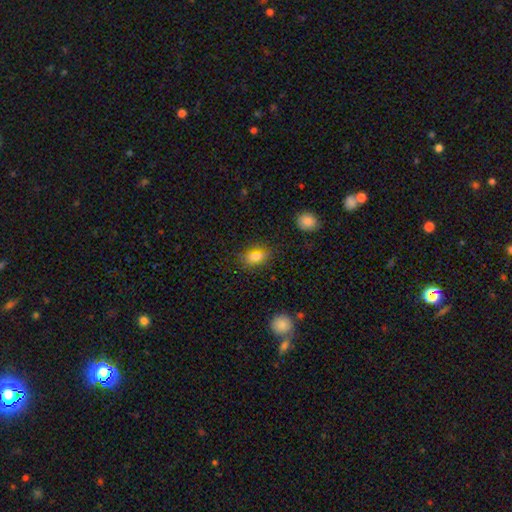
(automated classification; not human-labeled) This appears to be a smooth galaxy with no disk features (75%) that is in between round and cigar-shaped (74%). Merging: none (83%).